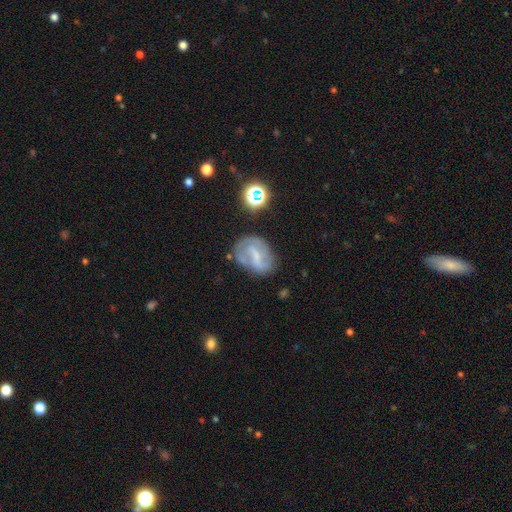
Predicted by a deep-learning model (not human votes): Morphology: type=featured or disk (65%); edge-on=no (97%); bar=weak (47%); spiral arms=yes (74%); bulge=small (45%); merging=none (63%).